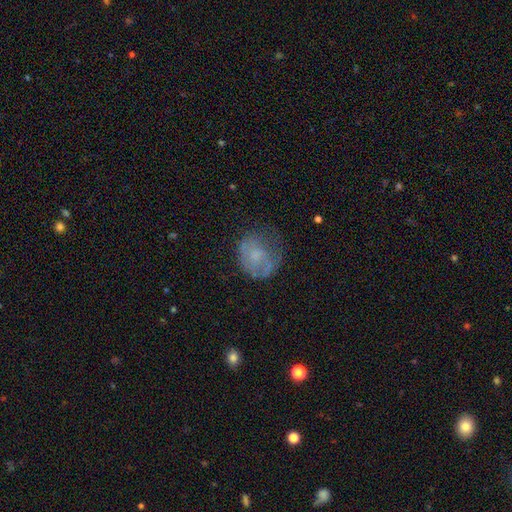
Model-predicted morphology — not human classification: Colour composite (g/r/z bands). It shows a smooth galaxy with no disk features (47%). Merging: none (49%).